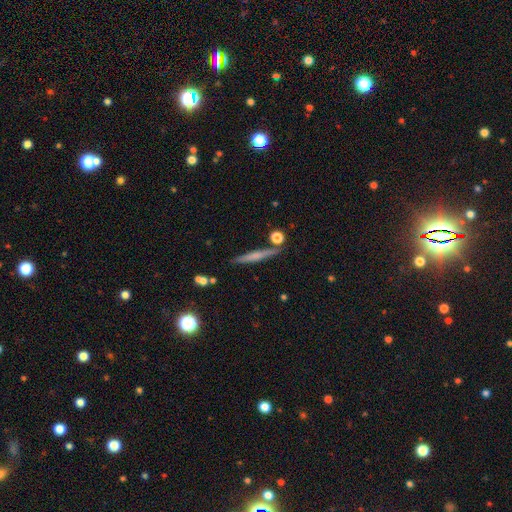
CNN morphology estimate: A featured or disk galaxy (48%).

Vote fractions:
- Smooth or featured? featured or disk: 48% / smooth: 45% / star or artifact: 7%
- Merging? none: 85% / minor disturbance: 8% / merger: 4% / major disturbance: 2%